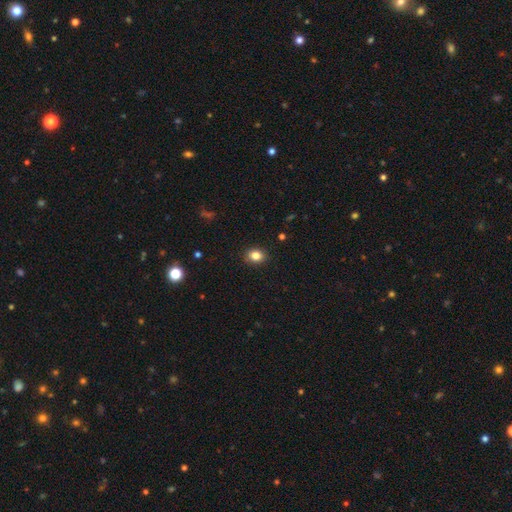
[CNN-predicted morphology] This appears to be a smooth galaxy with no disk features (84%) that is in between round and cigar-shaped (52%). Merging: none (89%).